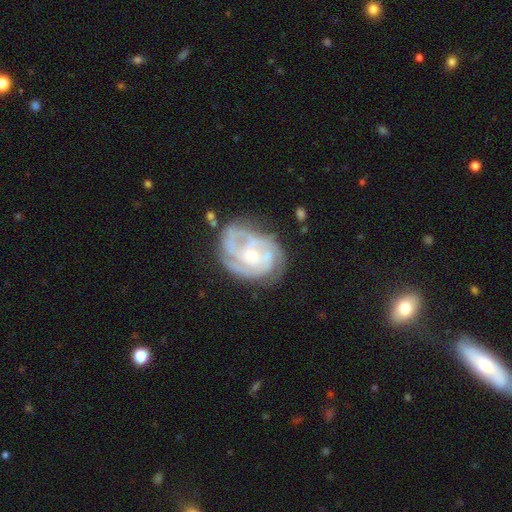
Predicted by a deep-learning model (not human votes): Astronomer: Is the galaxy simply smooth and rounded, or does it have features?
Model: featured or disk — 84%.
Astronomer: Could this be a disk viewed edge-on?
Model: no — 97%.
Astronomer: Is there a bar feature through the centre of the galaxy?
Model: no — 64%.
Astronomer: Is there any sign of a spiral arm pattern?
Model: yes — 95%.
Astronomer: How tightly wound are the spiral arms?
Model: tight — 64%.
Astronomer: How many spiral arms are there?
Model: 3 — 34% (runner-up: can't tell, 24%).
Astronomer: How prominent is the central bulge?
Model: small — 49% (runner-up: moderate, 46%).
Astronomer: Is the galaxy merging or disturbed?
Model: none — 63%.